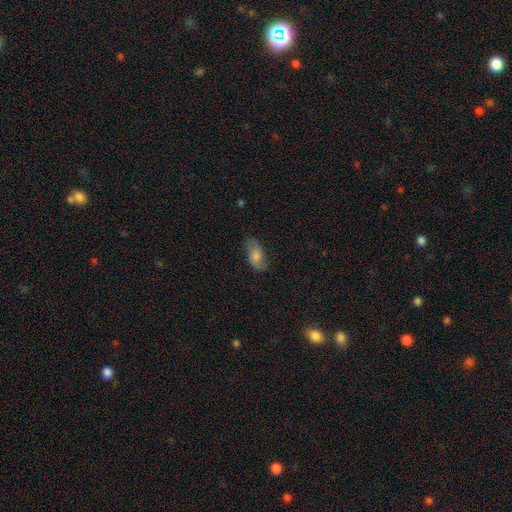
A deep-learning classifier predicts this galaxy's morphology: Smooth or featured?
  - smooth: 71% *
  - featured or disk: 21%
  - star or artifact: 7%
How rounded?
  - in between: 90% *
  - cigar-shaped: 6%
  - round: 3%
Merging?
  - none: 68% *
  - minor disturbance: 24%
  - major disturbance: 7%
  - merger: 1%